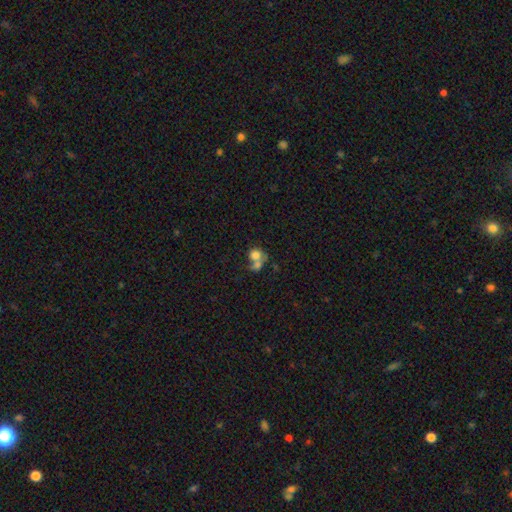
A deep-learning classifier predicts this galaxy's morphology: Overall: smooth (72%). How rounded: round (70%). Merging: merger (60%; none 24%).